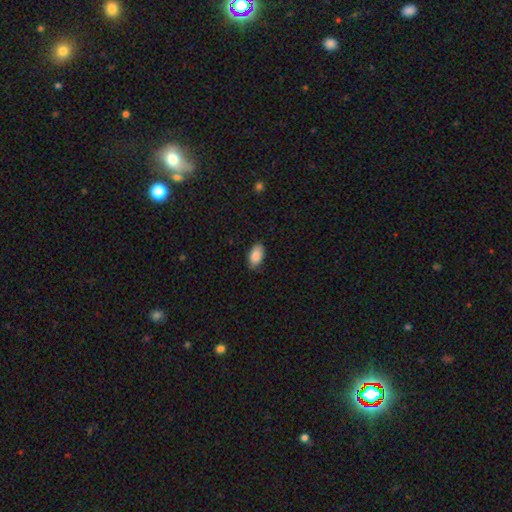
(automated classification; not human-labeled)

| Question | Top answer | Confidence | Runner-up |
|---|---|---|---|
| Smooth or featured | smooth | 88% | star or artifact (7%) |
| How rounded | in between | 94% | round (3%) |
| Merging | none | 81% | minor disturbance (16%) |